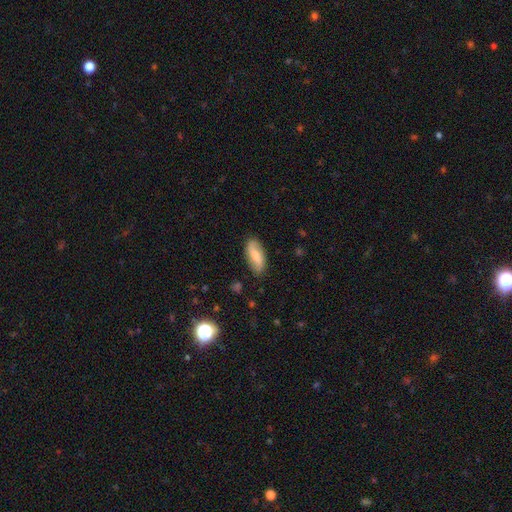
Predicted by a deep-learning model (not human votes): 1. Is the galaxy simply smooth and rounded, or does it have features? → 51% smooth, 43% featured or disk, 7% star or artifact.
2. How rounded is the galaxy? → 80% in between, 17% cigar-shaped, 3% round.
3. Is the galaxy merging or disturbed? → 82% none, 13% minor disturbance, 3% major disturbance, 1% merger.